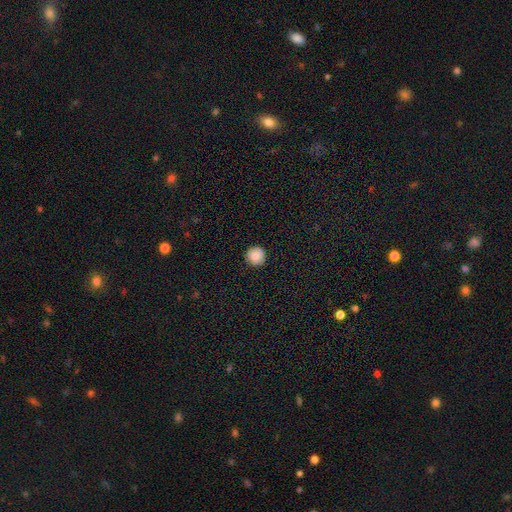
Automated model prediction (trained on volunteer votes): smooth_or_featured: smooth (p=0.84) [alt: star or artifact p=0.09]
how_rounded: round (p=0.95) [alt: in between p=0.04]
merging: none (p=0.91) [alt: minor disturbance p=0.07]